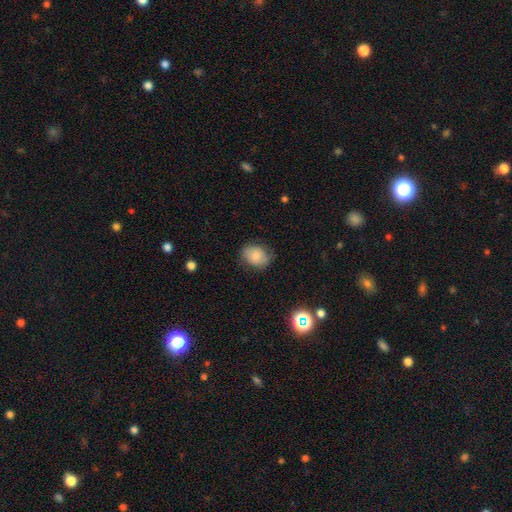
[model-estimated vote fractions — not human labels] Smooth or featured? smooth (78%)
How rounded? in between (63%)
Merging? none (74%)